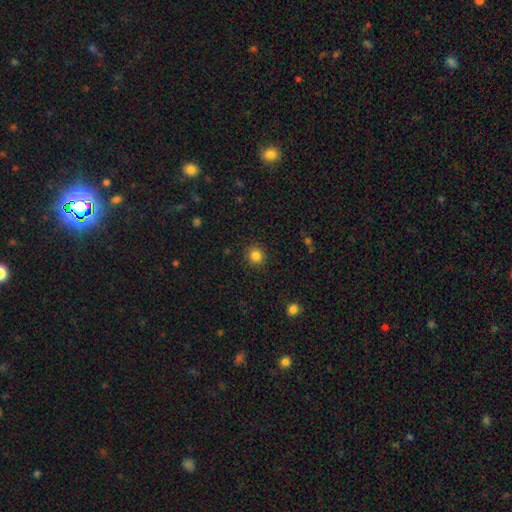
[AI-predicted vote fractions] Smooth or featured? Predicted: smooth (p=0.84). How rounded? Predicted: round (p=0.91). Merging? Predicted: none (p=0.91).